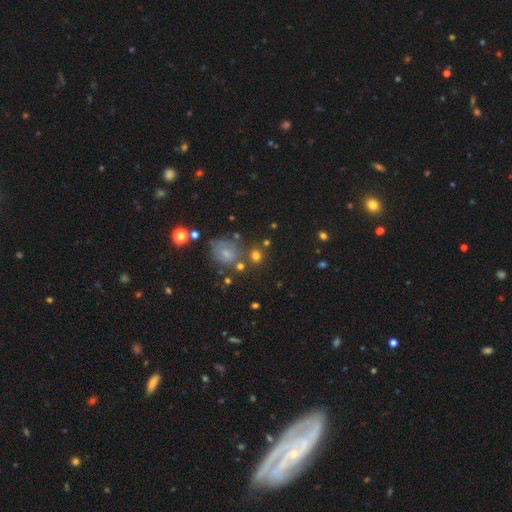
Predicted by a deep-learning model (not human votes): Smooth or featured?
  - smooth: 70% *
  - star or artifact: 19%
  - featured or disk: 11%
How rounded?
  - round: 81% *
  - in between: 18%
  - cigar-shaped: 1%
Merging?
  - none: 71% *
  - minor disturbance: 12%
  - merger: 11%
  - major disturbance: 5%